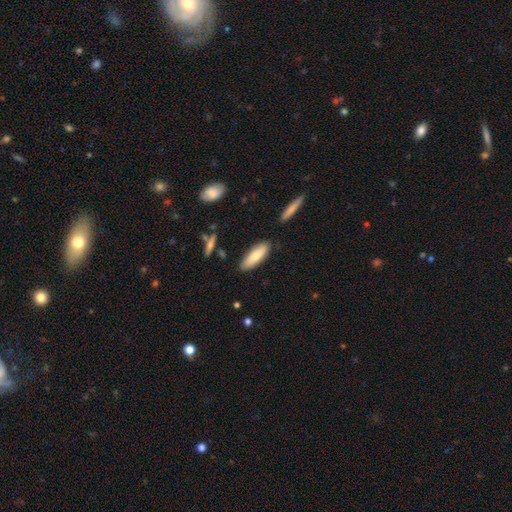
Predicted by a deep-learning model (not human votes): smooth_or_featured: smooth (p=0.77) [alt: featured or disk p=0.17]
how_rounded: in between (p=0.59) [alt: cigar-shaped p=0.40]
merging: none (p=0.83) [alt: minor disturbance p=0.12]